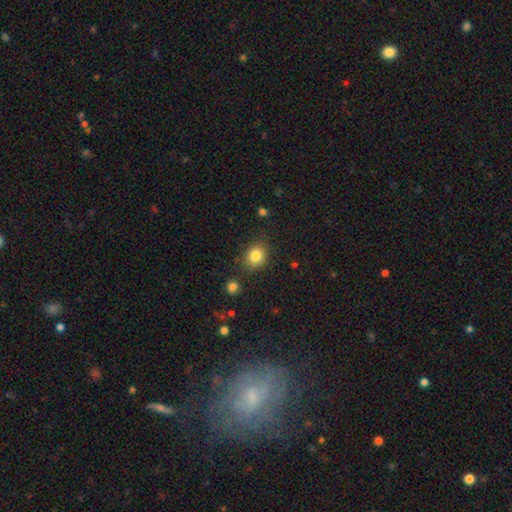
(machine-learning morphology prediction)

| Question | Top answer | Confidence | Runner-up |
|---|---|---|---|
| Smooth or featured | smooth | 83% | star or artifact (11%) |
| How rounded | round | 72% | in between (27%) |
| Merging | none | 81% | minor disturbance (12%) |